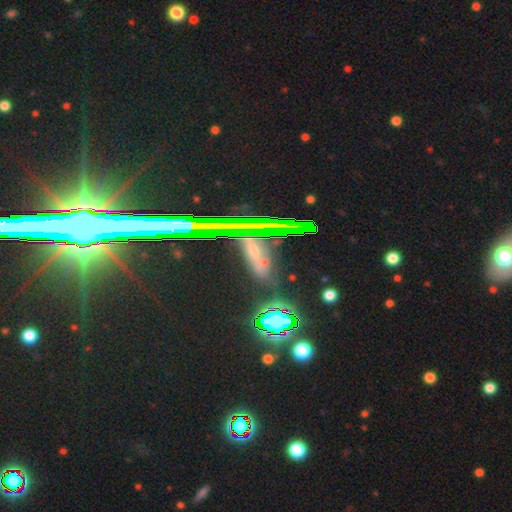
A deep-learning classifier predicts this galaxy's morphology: star or artifact 54%, smooth 29%, featured or disk 17%.